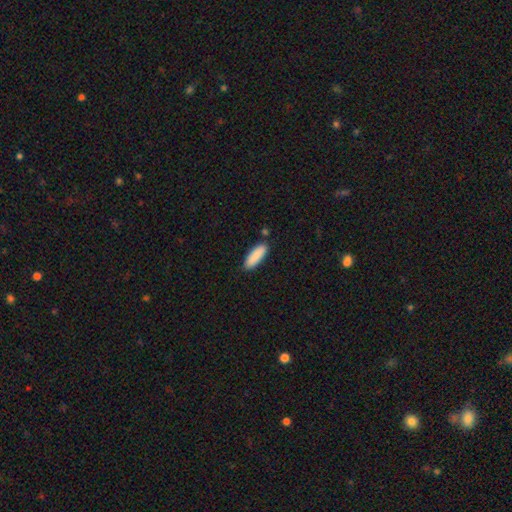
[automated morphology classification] A smooth galaxy with no disk features (89%) that is in between round and cigar-shaped (60%).

Vote fractions:
- Smooth or featured? smooth: 89% / star or artifact: 6% / featured or disk: 5%
- How rounded? in between: 60% / cigar-shaped: 39% / round: 1%
- Merging? none: 85% / minor disturbance: 10% / merger: 3% / major disturbance: 2%